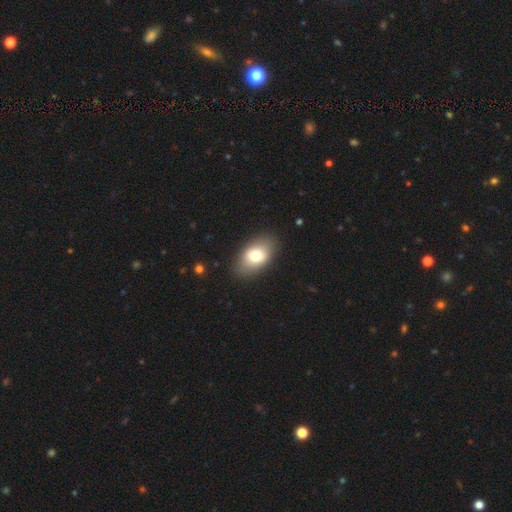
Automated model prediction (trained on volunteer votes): Morphology: type=smooth (76%); roundness=in between (90%); merging=none (86%).